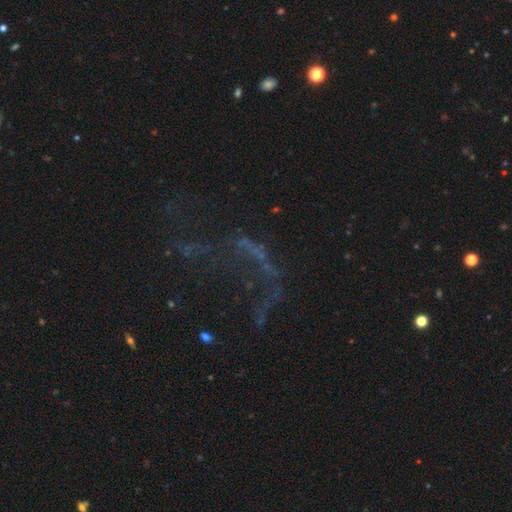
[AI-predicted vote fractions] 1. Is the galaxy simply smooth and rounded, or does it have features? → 45% star or artifact, 39% featured or disk, 17% smooth.